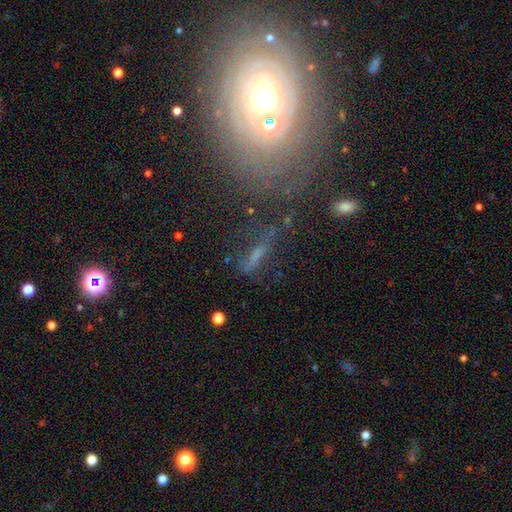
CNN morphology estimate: smooth_or_featured: smooth (p=0.45) [alt: featured or disk p=0.32]
merging: none (p=0.55) [alt: minor disturbance p=0.20]